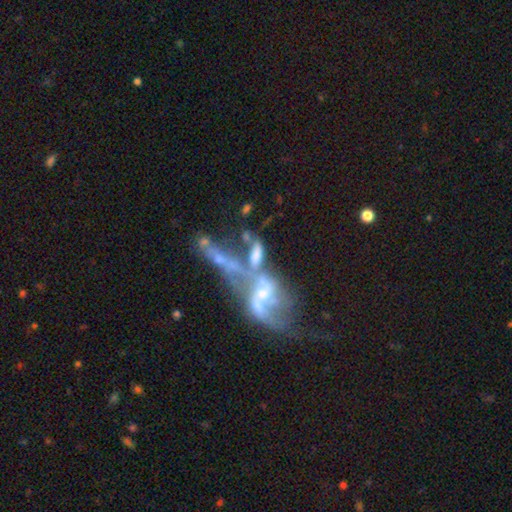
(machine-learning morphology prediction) The model was most divided on "smooth or featured": featured or disk: 50%, smooth: 36%, star or artifact: 14%. More confident: merging — merger (66%).